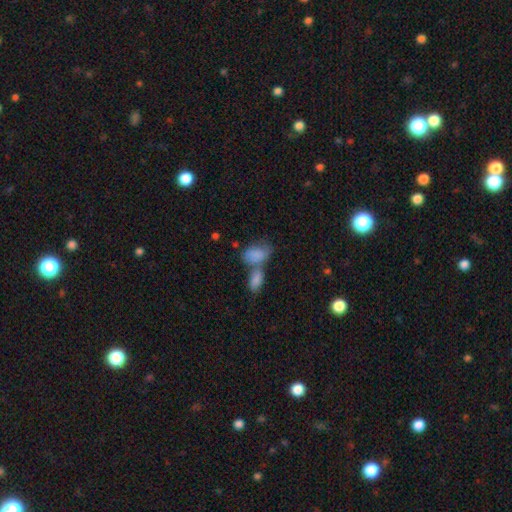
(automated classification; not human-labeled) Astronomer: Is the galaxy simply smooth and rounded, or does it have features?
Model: smooth — 83%.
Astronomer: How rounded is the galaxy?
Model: in between — 91%.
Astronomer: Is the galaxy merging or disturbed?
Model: merger — 59%.